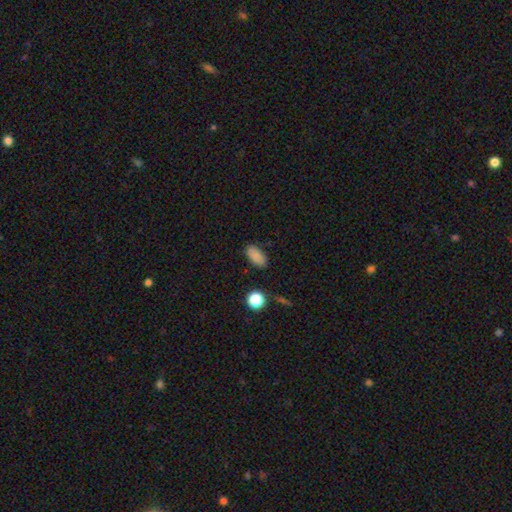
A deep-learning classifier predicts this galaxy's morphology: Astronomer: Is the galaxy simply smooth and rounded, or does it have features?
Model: smooth — 86%.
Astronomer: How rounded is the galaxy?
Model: in between — 90%.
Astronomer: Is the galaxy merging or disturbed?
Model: none — 85%.